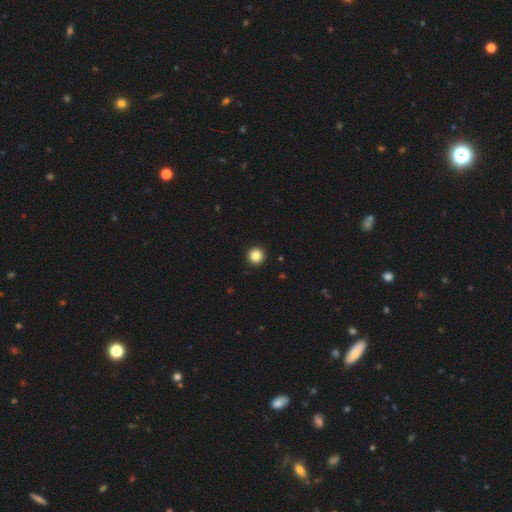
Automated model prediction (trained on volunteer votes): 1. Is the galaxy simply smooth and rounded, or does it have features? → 85% smooth, 11% star or artifact, 5% featured or disk.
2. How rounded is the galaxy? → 96% round, 3% in between, 1% cigar-shaped.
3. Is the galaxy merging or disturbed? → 94% none, 4% minor disturbance, 1% major disturbance, 1% merger.